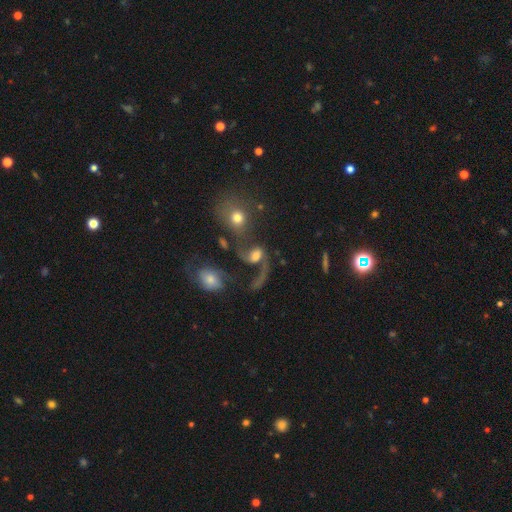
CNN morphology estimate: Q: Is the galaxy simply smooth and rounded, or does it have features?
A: featured or disk — 64%.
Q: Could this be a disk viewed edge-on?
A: no — 96%.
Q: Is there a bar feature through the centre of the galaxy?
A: no — 50%.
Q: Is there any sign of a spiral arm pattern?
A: yes — 85%.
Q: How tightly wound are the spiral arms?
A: loose — 80%.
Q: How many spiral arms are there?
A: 2 — 71%.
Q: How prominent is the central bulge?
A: moderate — 44%.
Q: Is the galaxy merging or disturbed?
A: merger — 39%.